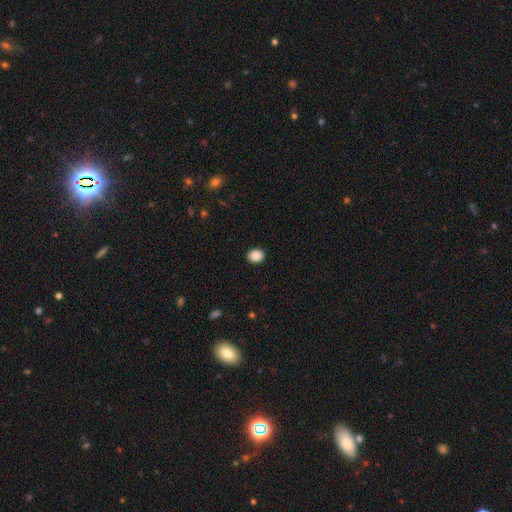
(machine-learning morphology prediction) Smooth or featured?
  - smooth: 89% *
  - star or artifact: 8%
  - featured or disk: 3%
How rounded?
  - round: 55% *
  - in between: 45%
  - cigar-shaped: 1%
Merging?
  - none: 91% *
  - minor disturbance: 6%
  - major disturbance: 2%
  - merger: 1%